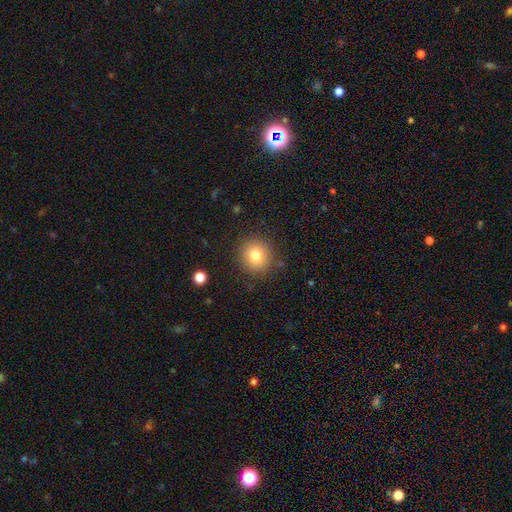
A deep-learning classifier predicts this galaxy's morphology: A smooth galaxy with no disk features (79%) that is round (90%). Merging: none (87%).